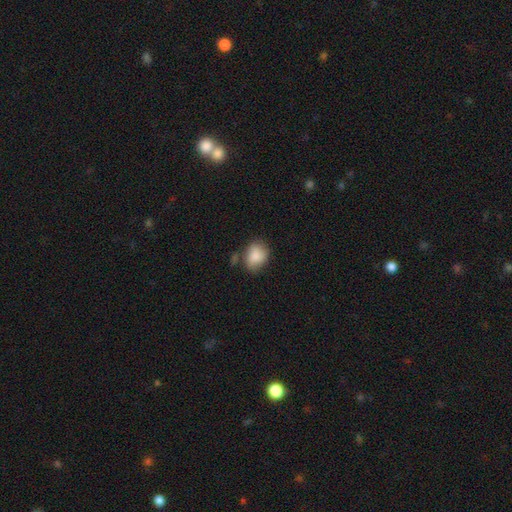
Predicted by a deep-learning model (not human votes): This appears to be a smooth galaxy with no disk features (83%) that is in between round and cigar-shaped (59%). Merging: none (58%).